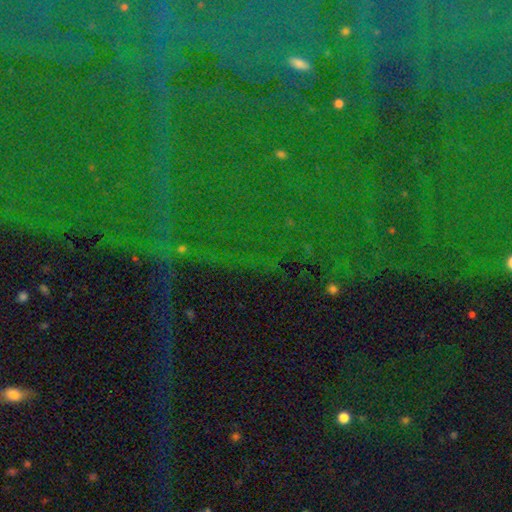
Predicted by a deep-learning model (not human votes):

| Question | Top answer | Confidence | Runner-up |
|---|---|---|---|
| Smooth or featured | star or artifact | 86% | featured or disk (7%) |